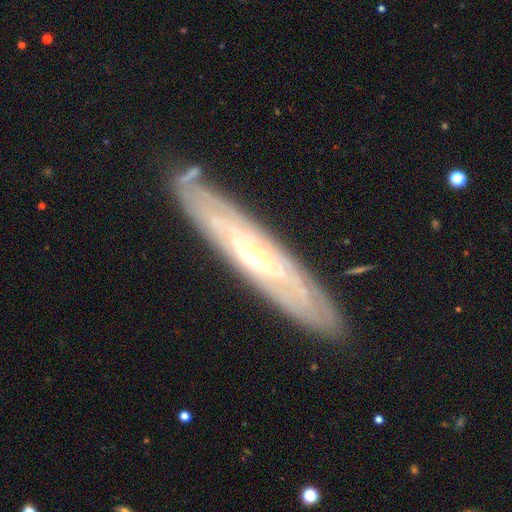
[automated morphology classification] Overall: featured or disk (80%). Edge-on disk: no (53%; yes 47%). Merging: none (86%).